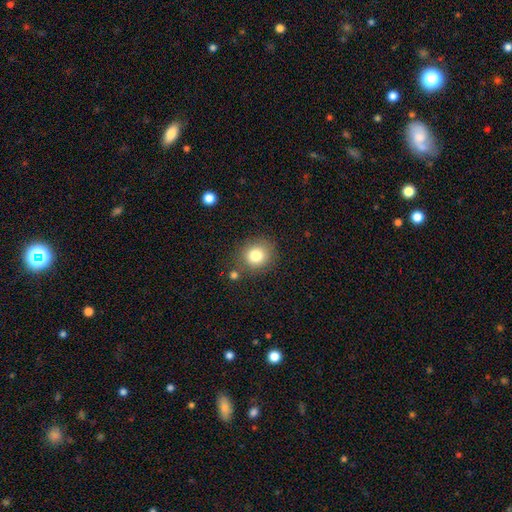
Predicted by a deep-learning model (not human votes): Smooth or featured? Predicted: smooth (p=0.80). How rounded? Predicted: round (p=0.83). Merging? Predicted: none (p=0.79).